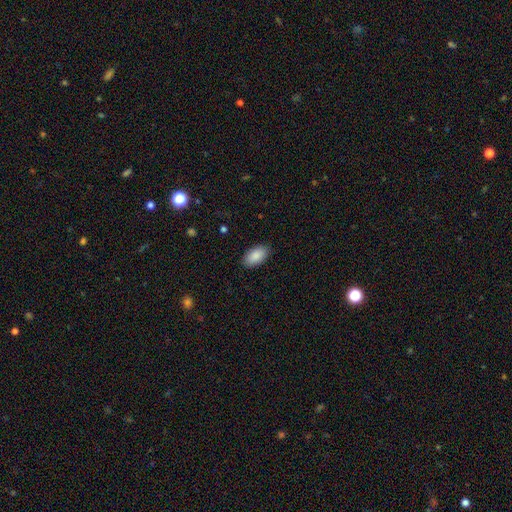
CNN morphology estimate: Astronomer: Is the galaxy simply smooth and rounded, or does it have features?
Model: smooth — 89%.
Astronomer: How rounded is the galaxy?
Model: in between — 95%.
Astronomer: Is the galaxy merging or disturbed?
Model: none — 88%.